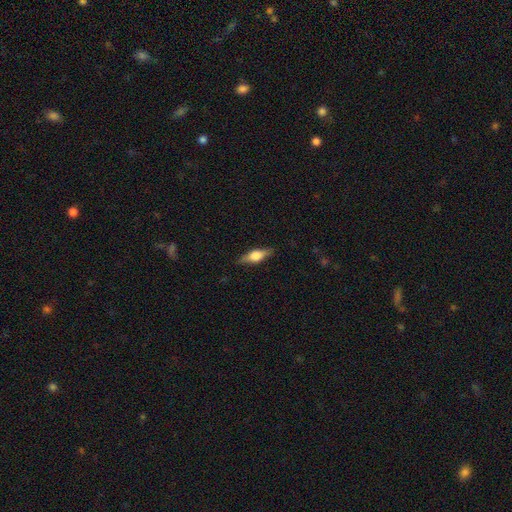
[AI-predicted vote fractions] featured or disk 51%, smooth 43%, star or artifact 7%. Down the decision tree: edge-on disk — yes (94%); merging — none (85%).